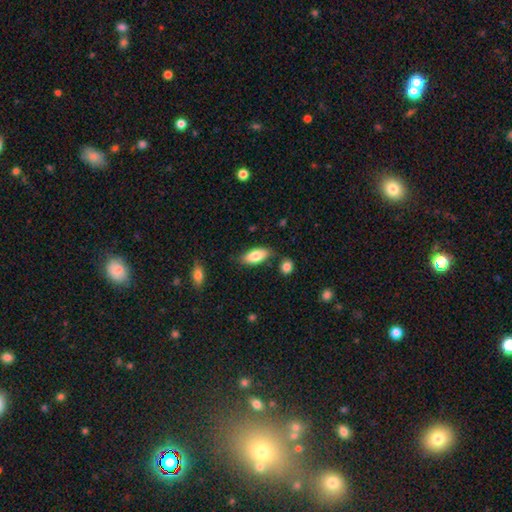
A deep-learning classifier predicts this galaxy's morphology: Overall: smooth (78%). How rounded: in between (85%). Merging: none (78%).